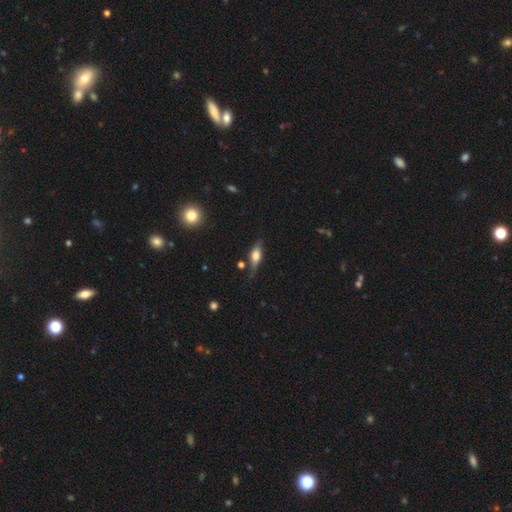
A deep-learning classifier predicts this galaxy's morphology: A featured or disk galaxy (49%). Merging: none (69%).